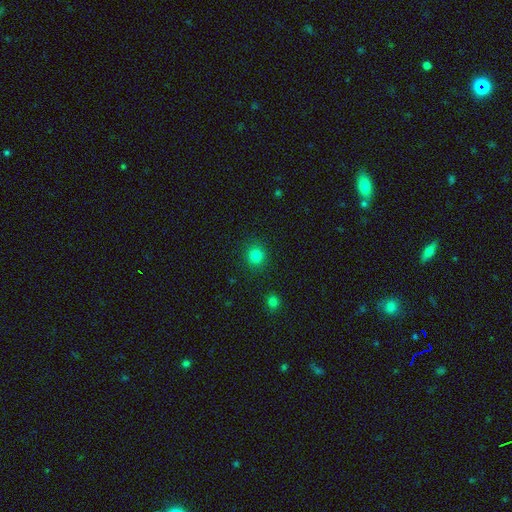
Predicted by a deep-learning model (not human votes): Smooth or featured: smooth — 83% (star or artifact — 13%)
How rounded: round — 89% (in between — 10%)
Merging: none — 90% (minor disturbance — 6%)